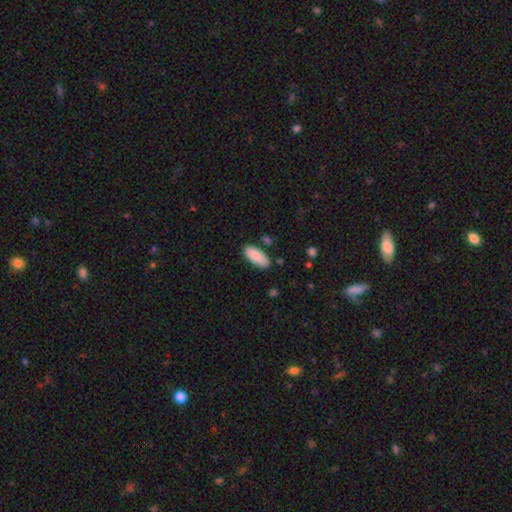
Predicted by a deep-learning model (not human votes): A smooth galaxy with no disk features (89%) that is in between round and cigar-shaped (85%). Merging: none (82%).